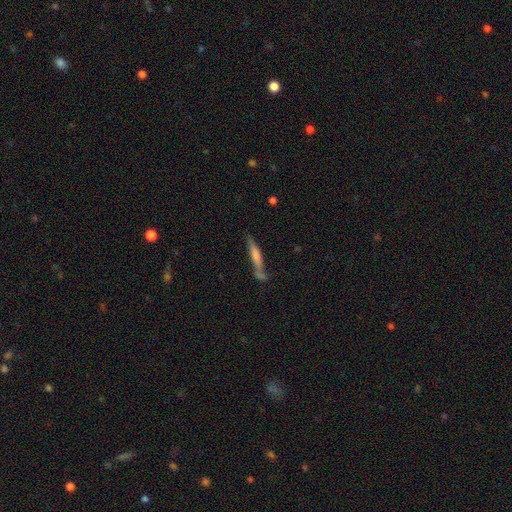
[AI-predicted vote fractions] smooth-or-featured: featured or disk: 56% | smooth: 33% | star or artifact: 11%
  disk-edge-on: yes: 90% | no: 10%
    edge-on-bulge: rounded: 56% | none: 26% | boxy: 18%
  merging: none: 69% | minor disturbance: 17% | merger: 8% | major disturbance: 6%